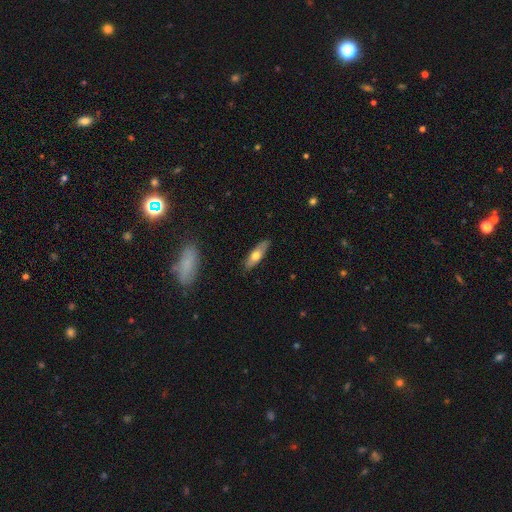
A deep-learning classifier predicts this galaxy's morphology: Overall: smooth (61%; featured or disk 33%). How rounded: cigar-shaped (55%; in between 43%). Merging: none (86%).